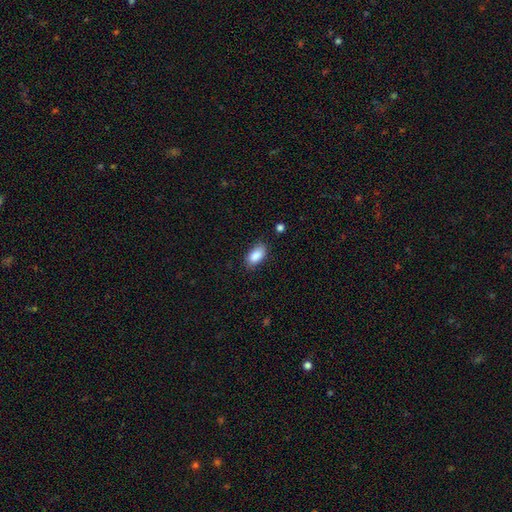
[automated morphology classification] Smooth or featured? Predicted: smooth (p=0.87). How rounded? Predicted: in between (p=0.92). Merging? Predicted: none (p=0.81).